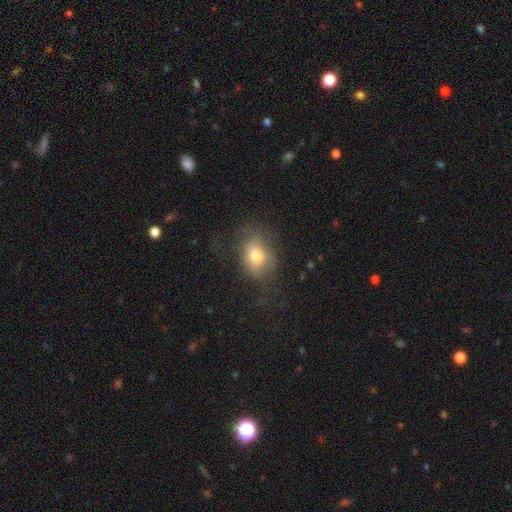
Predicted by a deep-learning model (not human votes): This is likely a smooth galaxy (71%). How rounded: likely in between (65%). Merging: possibly none (55%).